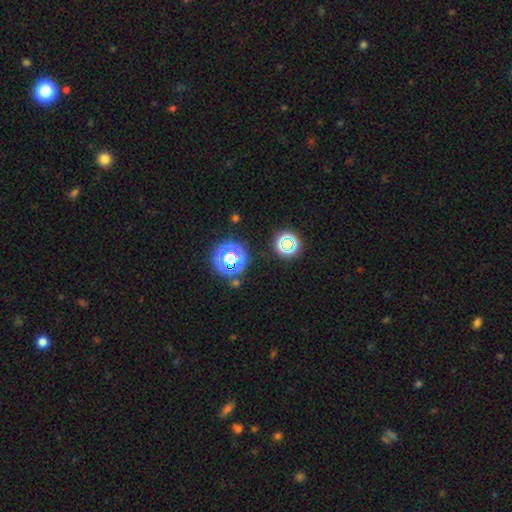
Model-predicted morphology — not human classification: smooth_or_featured: star or artifact (p=0.59) [alt: smooth p=0.35]